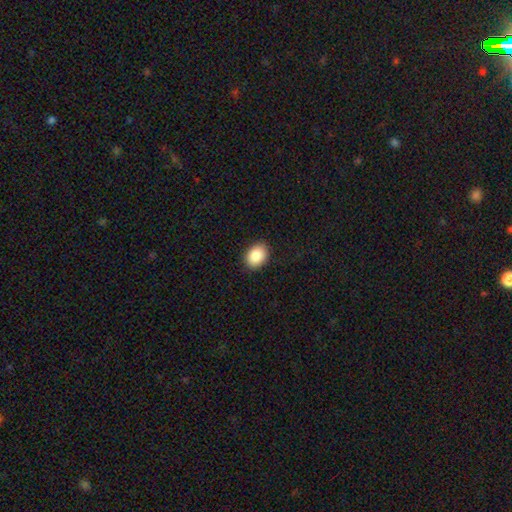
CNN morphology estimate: Q: Smooth or featured?
A: smooth (88%); runner-up: star or artifact (8%)
Q: How rounded?
A: in between (73%); runner-up: round (26%)
Q: Merging?
A: none (89%); runner-up: minor disturbance (8%)